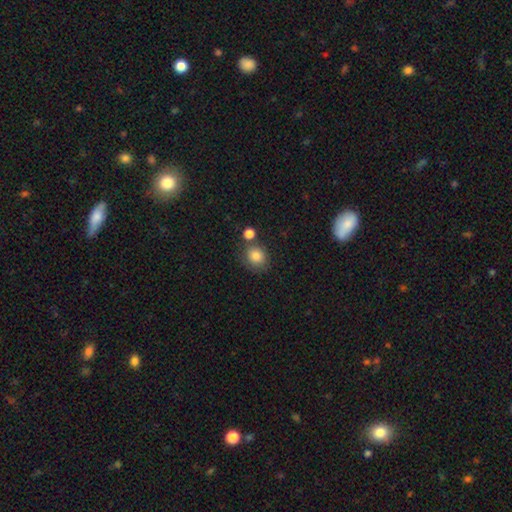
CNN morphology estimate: This appears to be a smooth galaxy with no disk features (84%) that is round (68%). Merging: none (66%).